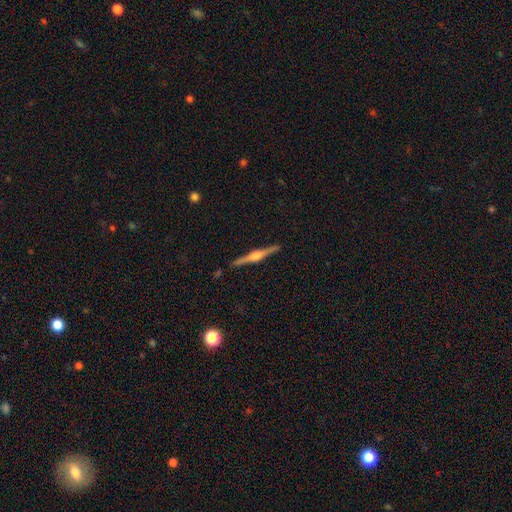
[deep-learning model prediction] smooth-or-featured: featured or disk: 83% | smooth: 12% | star or artifact: 5%
  disk-edge-on: yes: 99% | no: 1%
    edge-on-bulge: rounded: 89% | boxy: 7% | none: 3%
  merging: none: 92% | minor disturbance: 6% | major disturbance: 1% | merger: 1%